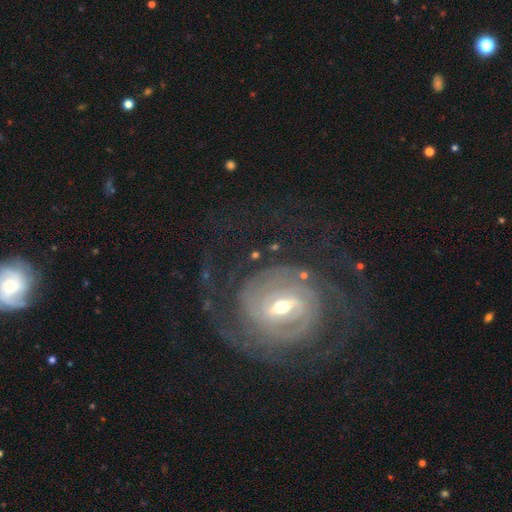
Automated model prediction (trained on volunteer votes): This is clearly a featured or disk galaxy (87%). It is clearly not viewed edge-on (96%). Bar: possibly strong (47%). Spiral arm pattern: clearly yes (95%). Spiral arm count: marginally 2 (30%). Spiral winding: likely tight (68%). Central bulge: likely moderate (60%). Merging: likely none (69%).